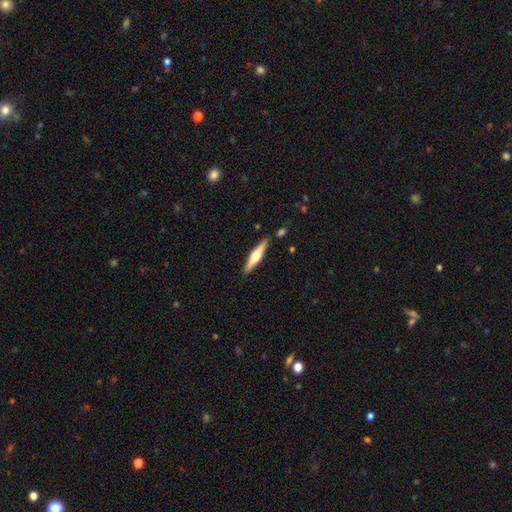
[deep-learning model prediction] smooth-or-featured: featured or disk: 57% | smooth: 37% | star or artifact: 5%
  disk-edge-on: yes: 96% | no: 4%
    edge-on-bulge: rounded: 89% | boxy: 7% | none: 4%
  merging: none: 87% | minor disturbance: 8% | merger: 3% | major disturbance: 2%